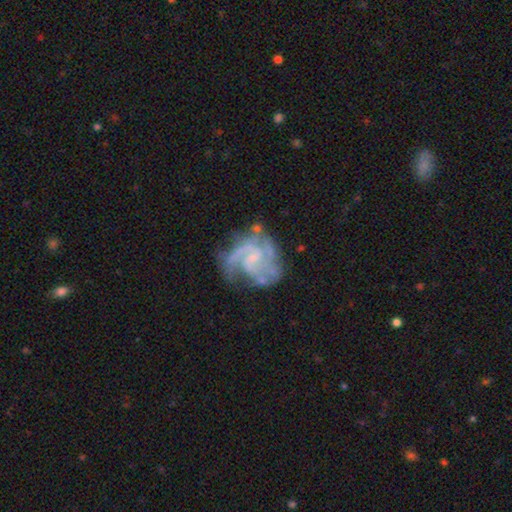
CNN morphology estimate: This appears to be a featured or disk galaxy (81%) with no bar (50%), 2 (30%) medium (48%) spiral arms (89%) and a small central bulge (49%). Merging: none (52%).